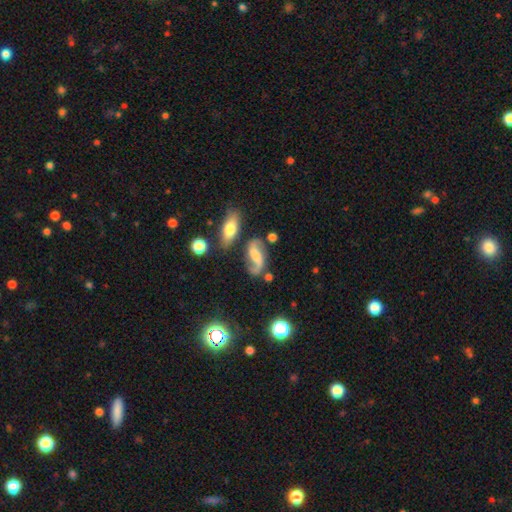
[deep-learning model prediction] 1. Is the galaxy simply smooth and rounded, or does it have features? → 77% featured or disk, 16% smooth, 7% star or artifact.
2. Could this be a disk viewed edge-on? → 95% no, 5% yes.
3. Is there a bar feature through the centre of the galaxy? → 43% weak, 34% no, 23% strong.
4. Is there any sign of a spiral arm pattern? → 94% yes, 6% no.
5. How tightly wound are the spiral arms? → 65% loose, 29% medium, 7% tight.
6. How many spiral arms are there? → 89% 2, 5% 1, 3% can't tell, 1% 3, 1% 4, 1% more than 4.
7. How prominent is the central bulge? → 40% none, 24% moderate, 21% small, 13% large, 3% dominant.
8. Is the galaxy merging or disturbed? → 63% none, 18% minor disturbance, 10% major disturbance, 9% merger.